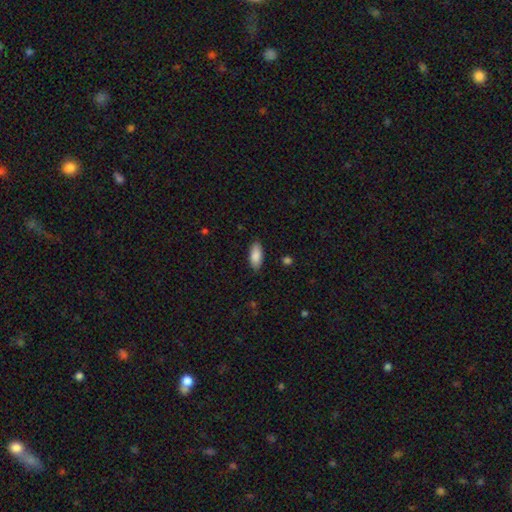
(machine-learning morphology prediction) The model was most divided on "how rounded": in between: 86%, cigar-shaped: 12%, round: 2%. More confident: smooth or featured — smooth (88%); merging — none (86%).